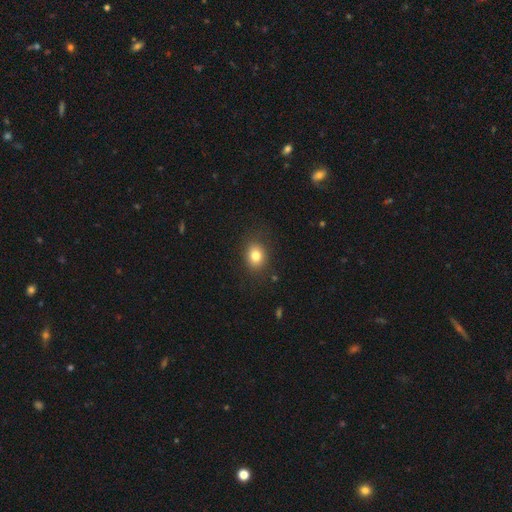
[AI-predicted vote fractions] smooth 81%, star or artifact 11%, featured or disk 8%. Down the decision tree: how rounded — round (50%); merging — none (84%).